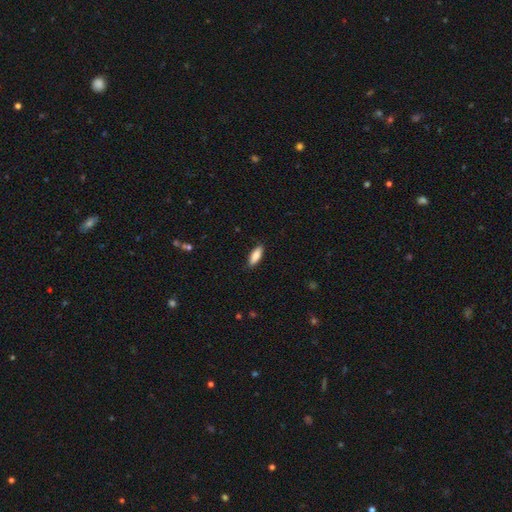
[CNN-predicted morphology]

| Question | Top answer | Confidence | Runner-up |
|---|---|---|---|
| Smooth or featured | smooth | 84% | featured or disk (10%) |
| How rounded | in between | 61% | cigar-shaped (37%) |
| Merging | none | 88% | minor disturbance (9%) |